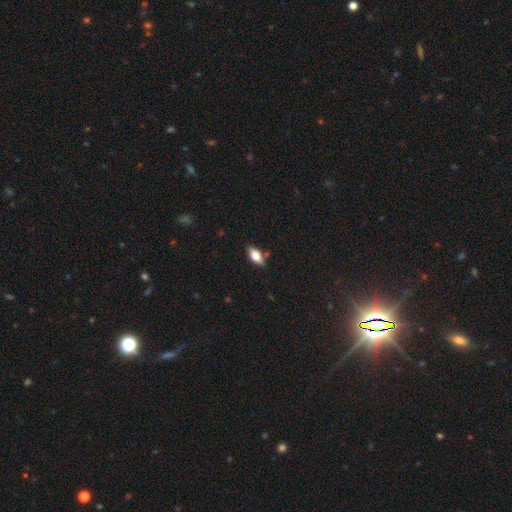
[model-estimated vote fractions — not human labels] This appears to be a smooth galaxy with no disk features (65%) that is in between round and cigar-shaped (84%). Merging: none (81%).